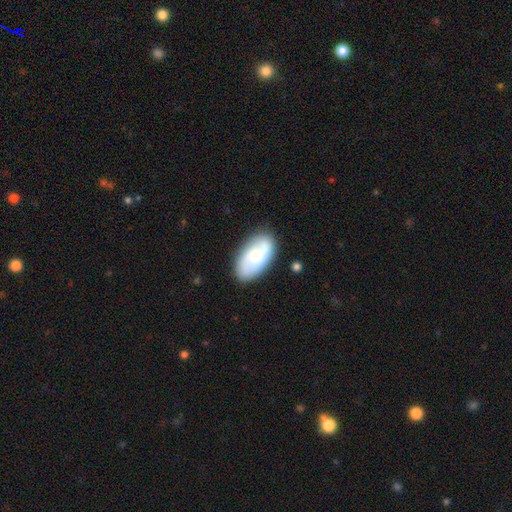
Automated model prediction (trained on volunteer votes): smooth-or-featured: smooth: 51% | featured or disk: 43% | star or artifact: 6%
  how-rounded: in between: 93% | round: 4% | cigar-shaped: 3%
  merging: none: 77% | minor disturbance: 15% | major disturbance: 4% | merger: 4%